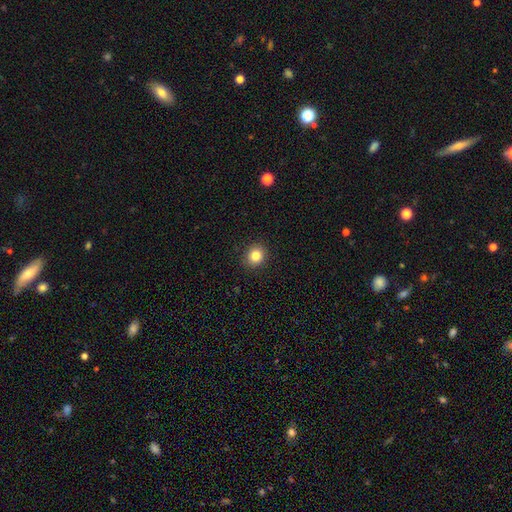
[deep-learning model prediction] The model was most divided on "how rounded": round: 83%, in between: 16%, cigar-shaped: 1%. More confident: merging — none (91%); smooth or featured — smooth (82%).